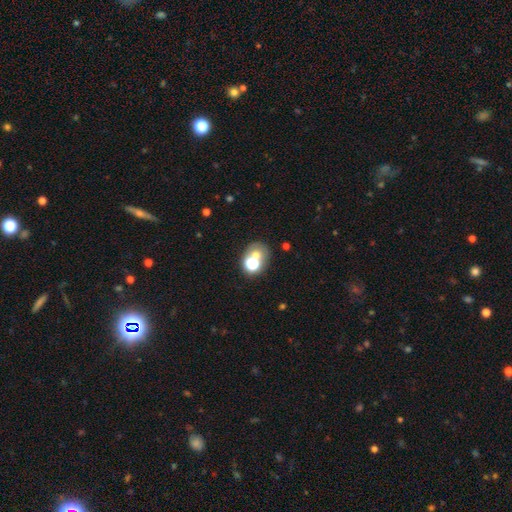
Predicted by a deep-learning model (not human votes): Smooth or featured? Predicted: smooth (p=0.56). How rounded? Predicted: round (p=0.61). Merging? Predicted: none (p=0.45).